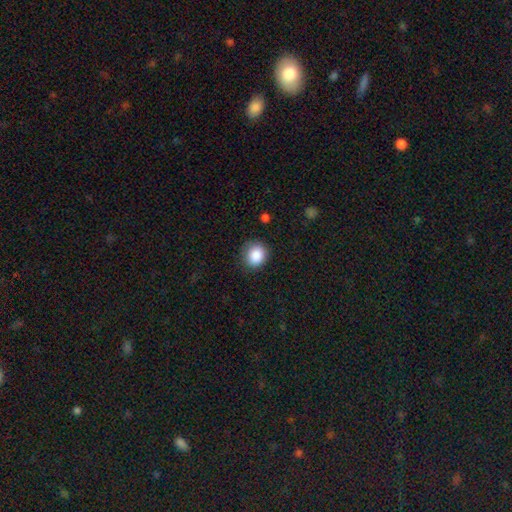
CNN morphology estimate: Smooth or featured: smooth — 87% (star or artifact — 9%)
How rounded: round — 81% (in between — 18%)
Merging: none — 84% (minor disturbance — 12%)